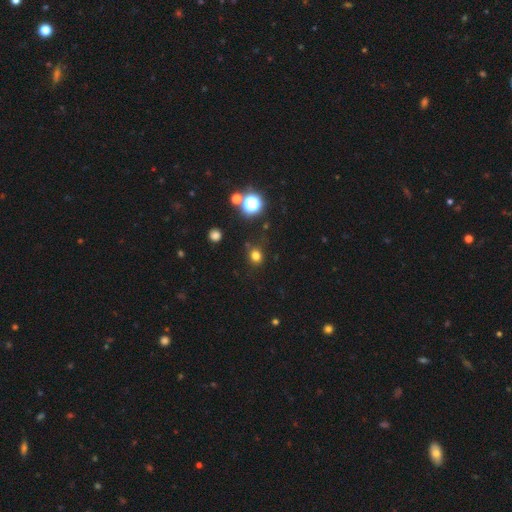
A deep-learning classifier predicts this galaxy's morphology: Overall: smooth (75%). How rounded: round (77%). Merging: none (79%).